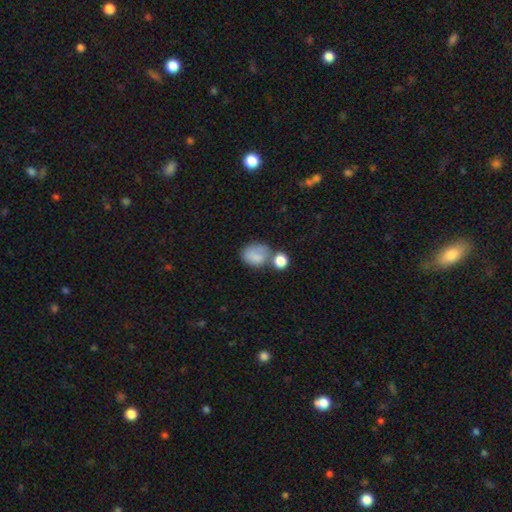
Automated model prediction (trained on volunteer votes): Smooth or featured: smooth — 77% (featured or disk — 12%)
How rounded: in between — 52% (round — 46%)
Merging: none — 42% (merger — 24%)